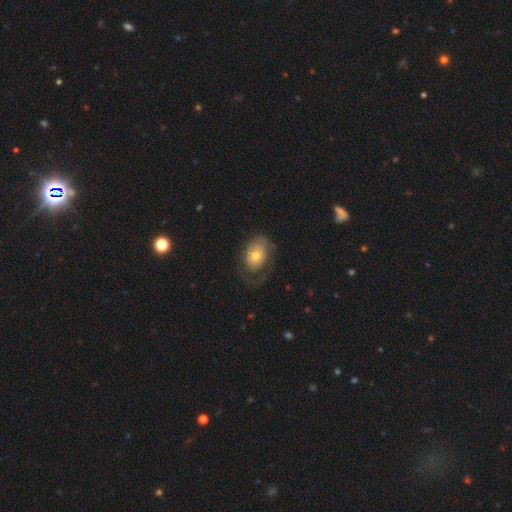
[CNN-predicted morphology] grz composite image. It shows a smooth galaxy with no disk features (54%) that is in between round and cigar-shaped (76%). Merging: none (43%).